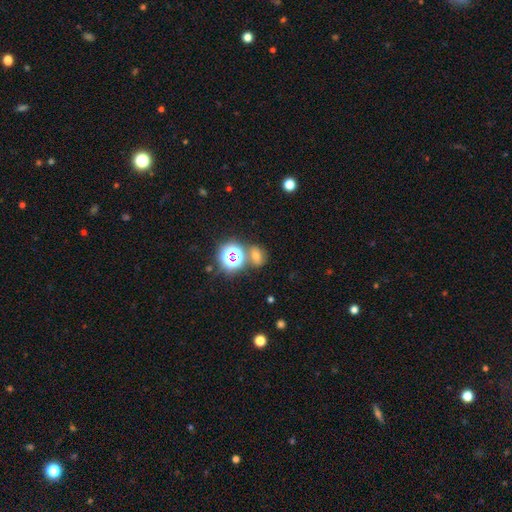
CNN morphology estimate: A smooth galaxy with no disk features (46%).

Vote fractions:
- Smooth or featured? smooth: 46% / star or artifact: 43% / featured or disk: 11%
- Merging? none: 70% / merger: 15% / minor disturbance: 10% / major disturbance: 4%